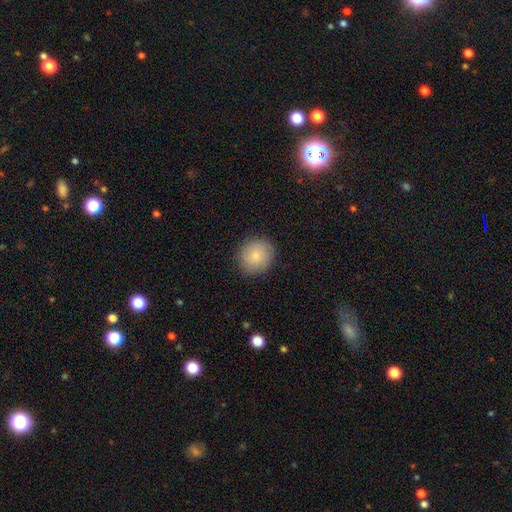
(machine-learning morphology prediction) smooth 85%, featured or disk 8%, star or artifact 7%. Down the decision tree: how rounded — round (85%); merging — none (87%).